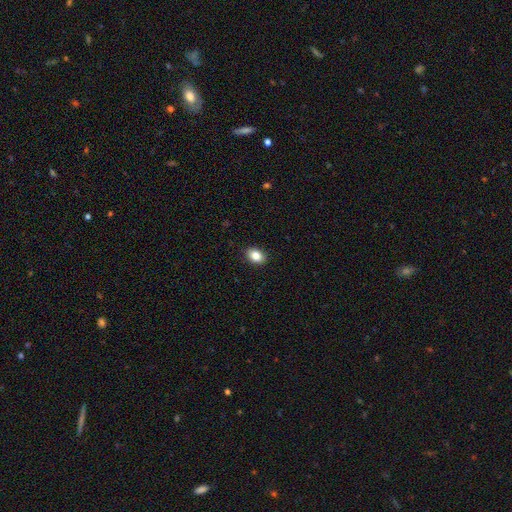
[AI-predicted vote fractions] Q: Smooth or featured?
A: smooth (84%); runner-up: star or artifact (9%)
Q: How rounded?
A: in between (74%); runner-up: round (25%)
Q: Merging?
A: none (90%); runner-up: minor disturbance (7%)